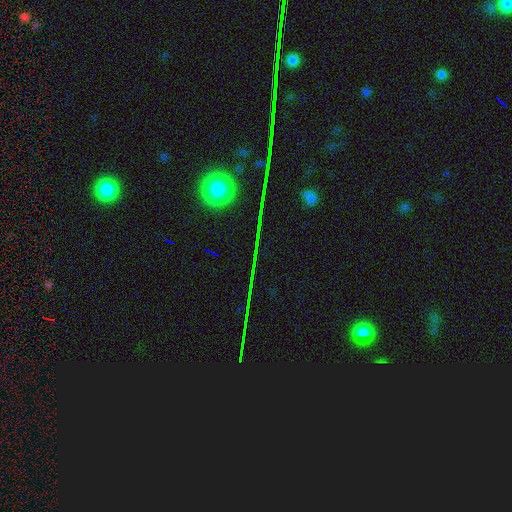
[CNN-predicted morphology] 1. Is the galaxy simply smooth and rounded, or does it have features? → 79% star or artifact, 11% smooth, 10% featured or disk.